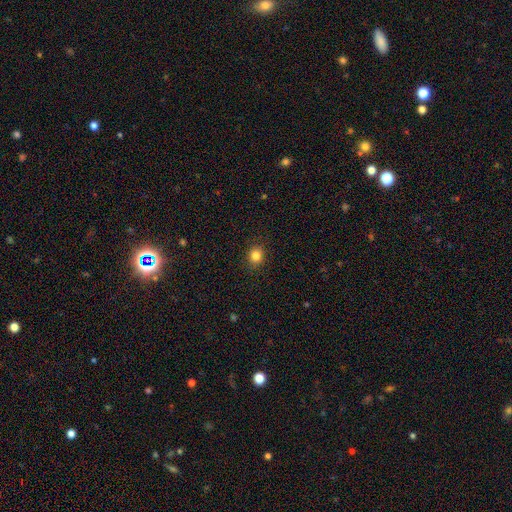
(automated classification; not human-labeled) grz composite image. It shows a smooth galaxy with no disk features (83%) that is round (67%). Merging: none (89%).